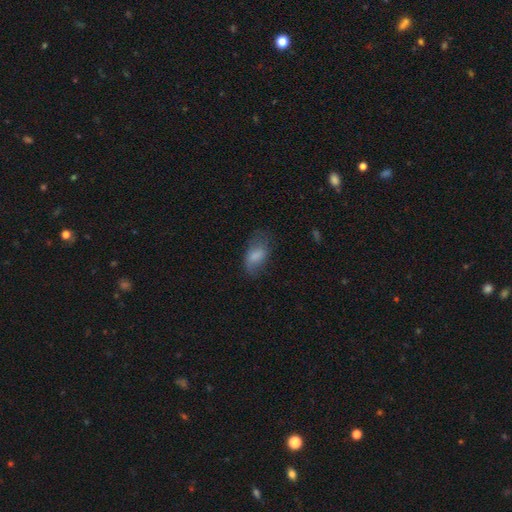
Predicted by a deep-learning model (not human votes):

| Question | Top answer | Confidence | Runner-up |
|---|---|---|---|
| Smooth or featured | smooth | 74% | featured or disk (18%) |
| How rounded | in between | 91% | round (5%) |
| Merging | none | 53% | minor disturbance (28%) |